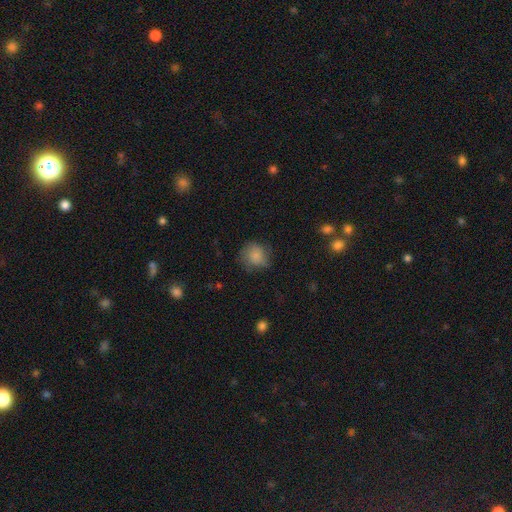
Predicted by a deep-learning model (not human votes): Smooth or featured: smooth — 79% (featured or disk — 11%)
How rounded: round — 80% (in between — 19%)
Merging: none — 64% (minor disturbance — 24%)